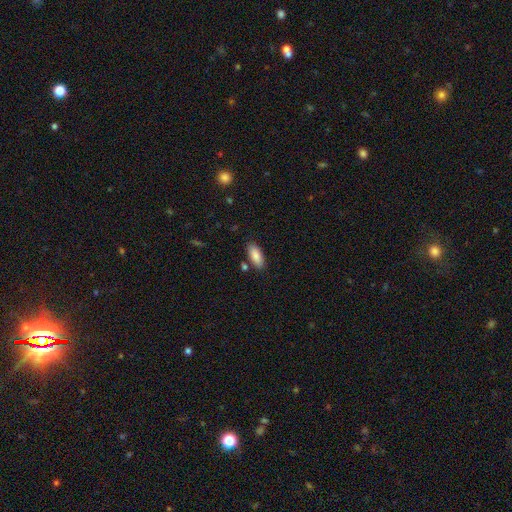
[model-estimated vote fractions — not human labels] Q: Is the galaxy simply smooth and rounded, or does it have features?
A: smooth — 86%.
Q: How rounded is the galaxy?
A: in between — 82%.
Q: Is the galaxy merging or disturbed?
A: none — 83%.